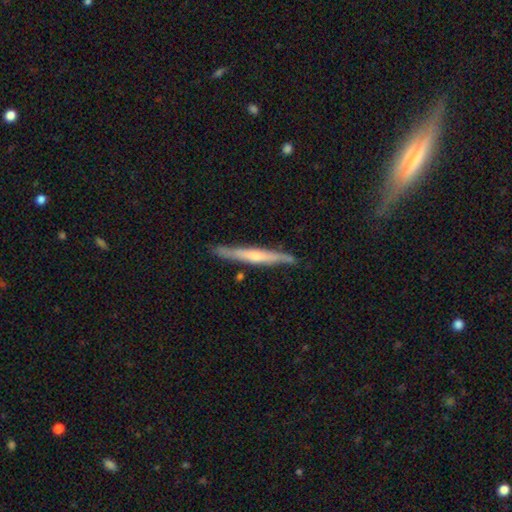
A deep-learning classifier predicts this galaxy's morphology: Q: Smooth or featured?
A: featured or disk (62%); runner-up: smooth (33%)
Q: Edge-on disk?
A: yes (95%); runner-up: no (5%)
Q: Edge-on bulge?
A: rounded (54%); runner-up: none (37%)
Q: Merging?
A: none (83%); runner-up: minor disturbance (13%)